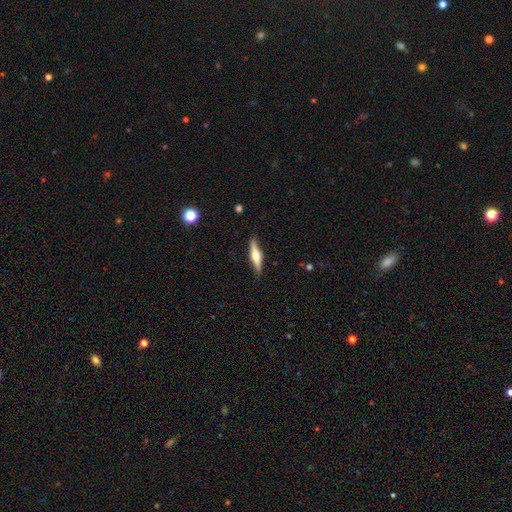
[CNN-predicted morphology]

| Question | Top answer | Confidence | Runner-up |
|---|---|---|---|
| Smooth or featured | featured or disk | 66% | smooth (29%) |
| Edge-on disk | yes | 97% | no (3%) |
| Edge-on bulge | rounded | 92% | boxy (6%) |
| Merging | none | 89% | minor disturbance (8%) |